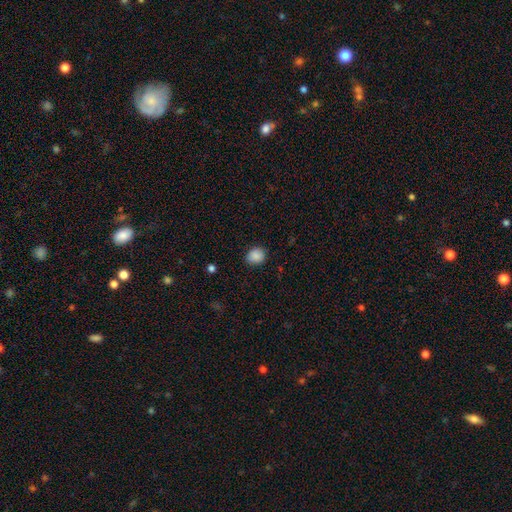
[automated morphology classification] Overall: smooth (88%). How rounded: round (69%; in between 30%). Merging: none (87%).